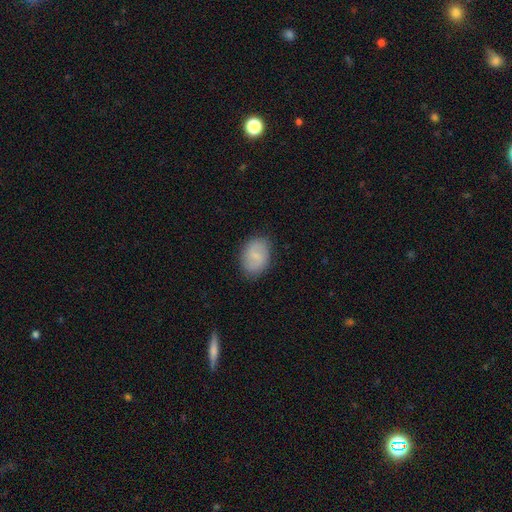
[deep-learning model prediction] Smooth or featured? smooth (62%)
How rounded? in between (77%)
Merging? none (85%)